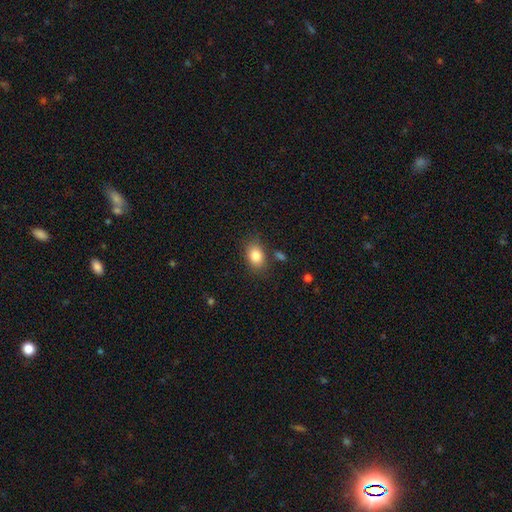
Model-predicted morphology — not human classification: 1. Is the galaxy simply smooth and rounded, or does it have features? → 83% smooth, 9% star or artifact, 8% featured or disk.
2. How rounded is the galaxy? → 78% in between, 21% round, 1% cigar-shaped.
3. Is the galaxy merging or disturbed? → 80% none, 13% minor disturbance, 4% merger, 4% major disturbance.